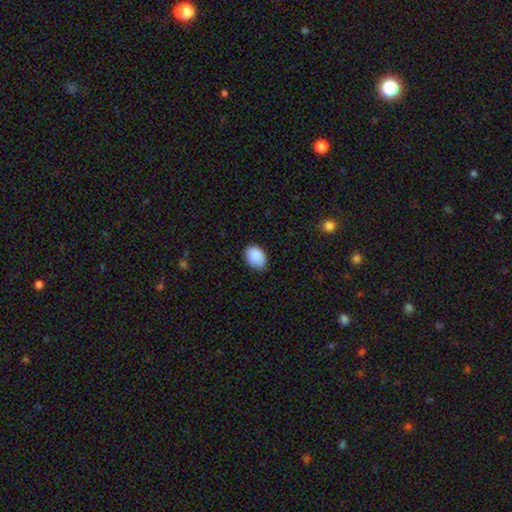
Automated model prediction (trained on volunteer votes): Overall: smooth (89%). How rounded: in between (80%). Merging: none (74%).